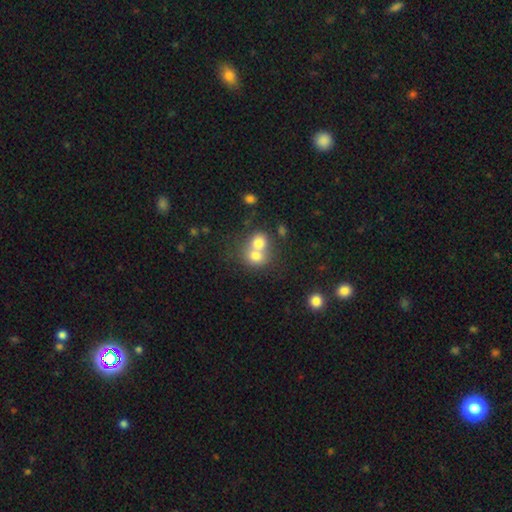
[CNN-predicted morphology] Overall: smooth (71%). How rounded: round (68%; in between 32%). Merging: merger (69%).